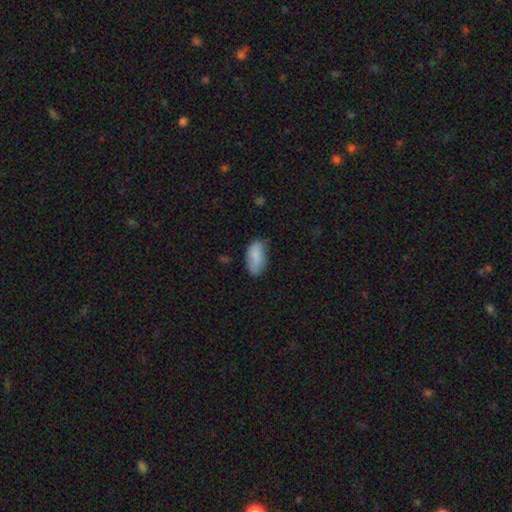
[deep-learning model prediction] smooth 85%, featured or disk 8%, star or artifact 7%. Down the decision tree: how rounded — in between (94%); merging — none (68%).